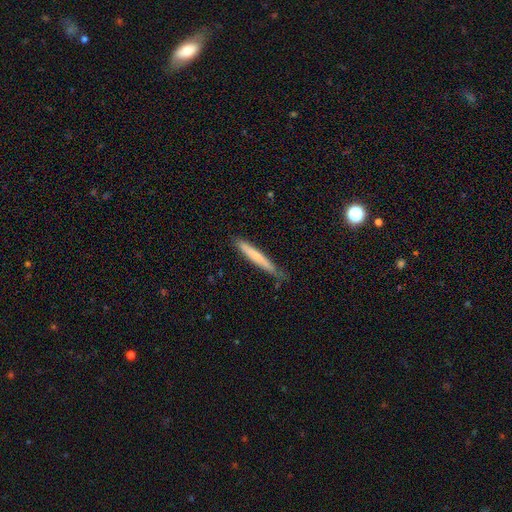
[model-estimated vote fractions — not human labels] A smooth galaxy with no disk features (63%) that is cigar-shaped (95%). Merging: none (76%).